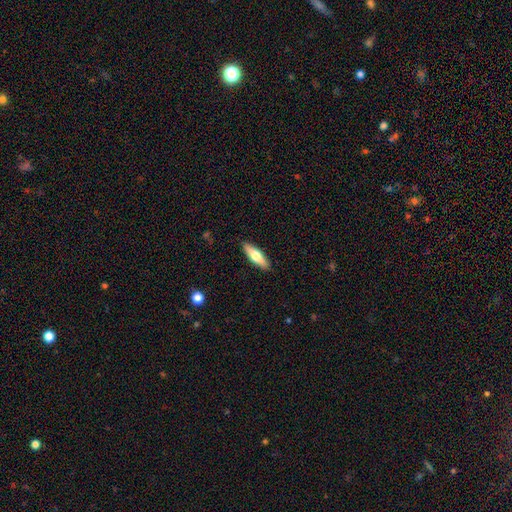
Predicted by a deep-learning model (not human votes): Smooth or featured? Predicted: smooth (p=0.58). How rounded? Predicted: cigar-shaped (p=0.59). Merging? Predicted: none (p=0.90).